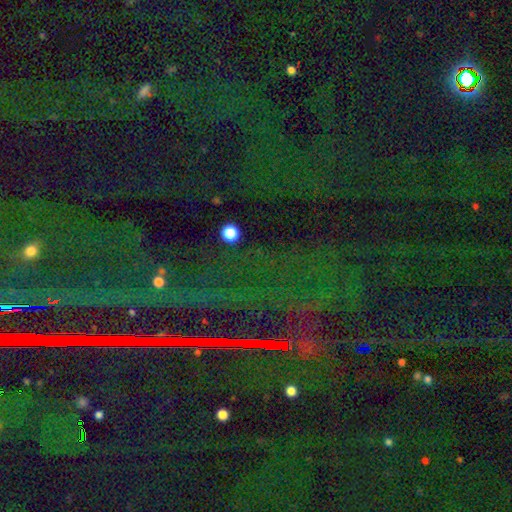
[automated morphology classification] This is clearly a star or artifact rather than a galaxy (86%).